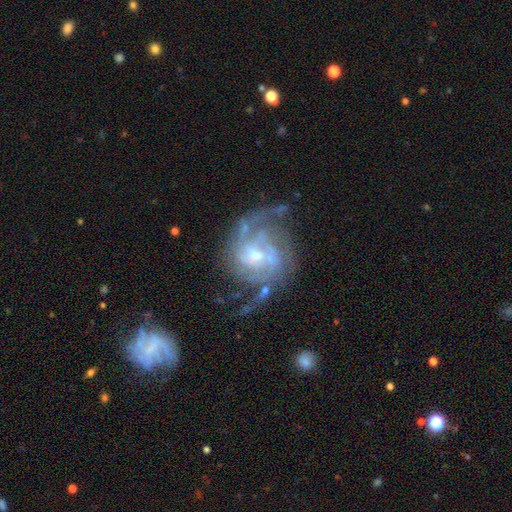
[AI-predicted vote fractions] smooth-or-featured: featured or disk: 88% | smooth: 6% | star or artifact: 6%
  disk-edge-on: no: 98% | yes: 2%
    bar: no: 48% | weak: 42% | strong: 10%
    has-spiral-arms: yes: 94% | no: 6%
      spiral-winding: medium: 44% | tight: 39% | loose: 16%
      spiral-arm-count: 2: 49% | can't tell: 21% | 3: 15% | 4: 6% | 1: 6% | more than 4: 5%
    bulge-size: small: 48% | moderate: 45% | large: 3% | none: 2% | dominant: 1%
  merging: none: 58% | minor disturbance: 20% | major disturbance: 18% | merger: 5%